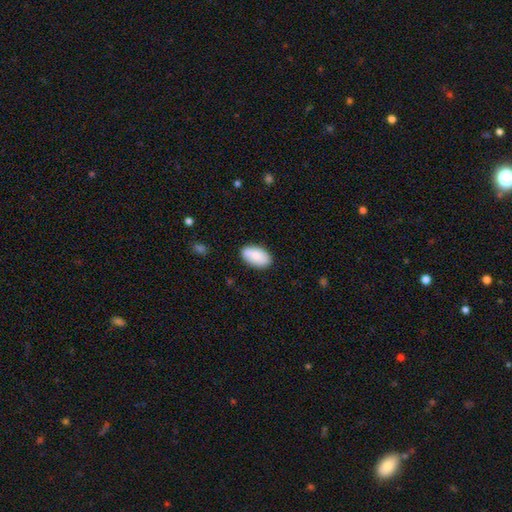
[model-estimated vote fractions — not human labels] The model was most divided on "smooth or featured": smooth: 82%, featured or disk: 12%, star or artifact: 6%. More confident: how rounded — in between (94%); merging — none (84%).